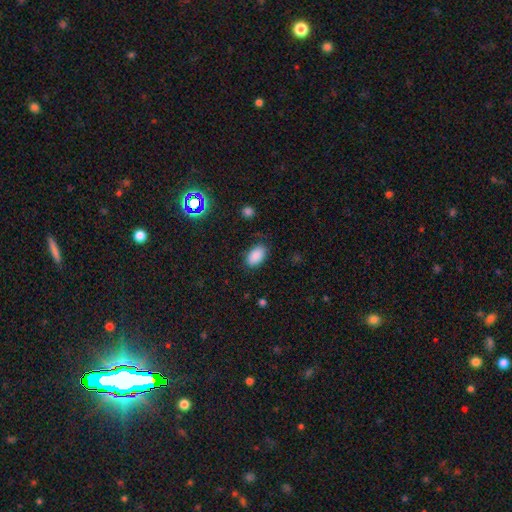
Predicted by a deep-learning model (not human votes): Smooth or featured? Predicted: smooth (p=0.87). How rounded? Predicted: in between (p=0.93). Merging? Predicted: none (p=0.84).